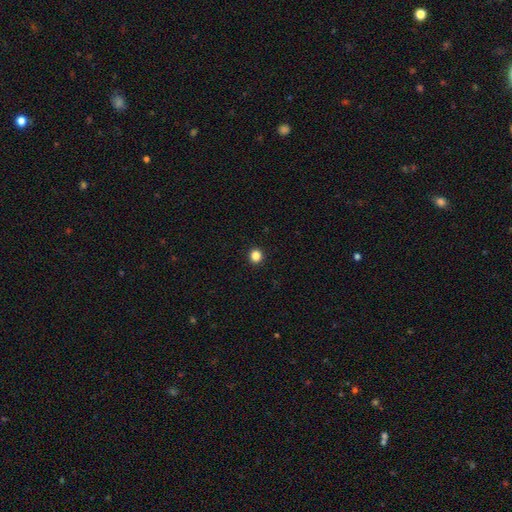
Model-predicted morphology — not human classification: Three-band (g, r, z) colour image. It shows a smooth galaxy with no disk features (85%) that is round (92%). Merging: none (94%).